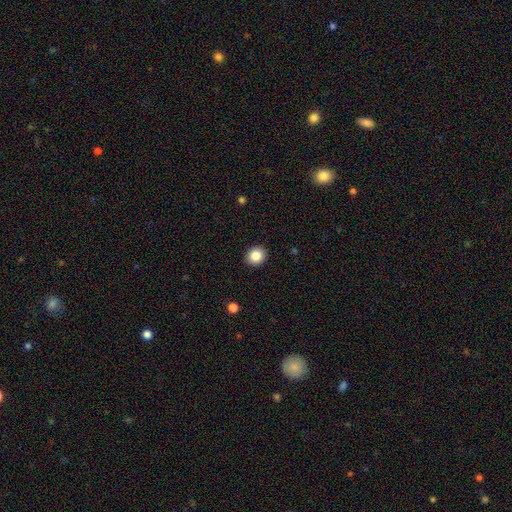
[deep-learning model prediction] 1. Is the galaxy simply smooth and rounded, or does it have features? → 84% smooth, 10% star or artifact, 6% featured or disk.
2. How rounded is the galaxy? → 77% round, 22% in between, 1% cigar-shaped.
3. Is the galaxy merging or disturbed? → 91% none, 6% minor disturbance, 2% major disturbance, 1% merger.